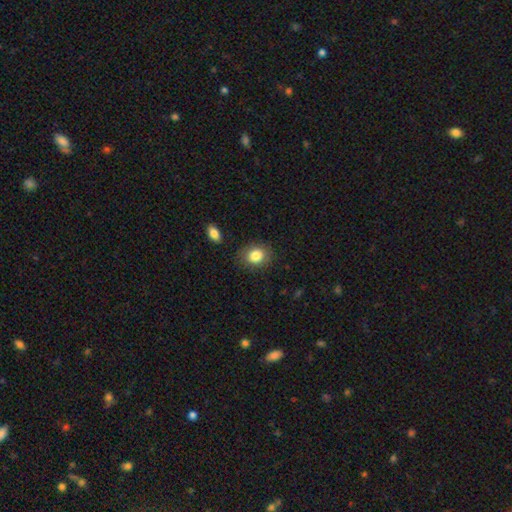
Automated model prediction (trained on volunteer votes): The model was most divided on "how rounded": round: 56%, in between: 43%, cigar-shaped: 1%. More confident: smooth or featured — smooth (84%); merging — none (82%).